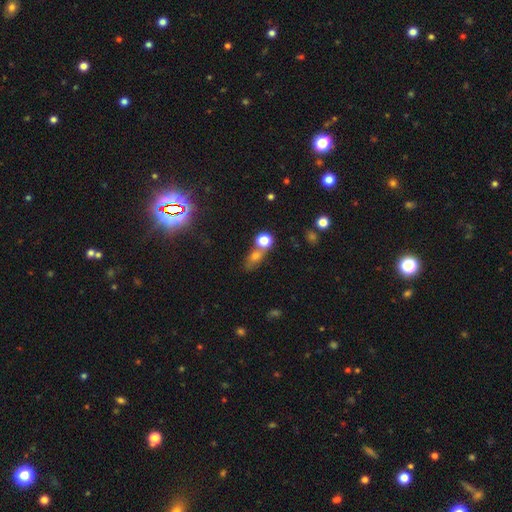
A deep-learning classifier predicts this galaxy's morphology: Smooth or featured: smooth — 68% (star or artifact — 19%)
How rounded: in between — 50% (round — 43%)
Merging: none — 42% (merger — 39%)